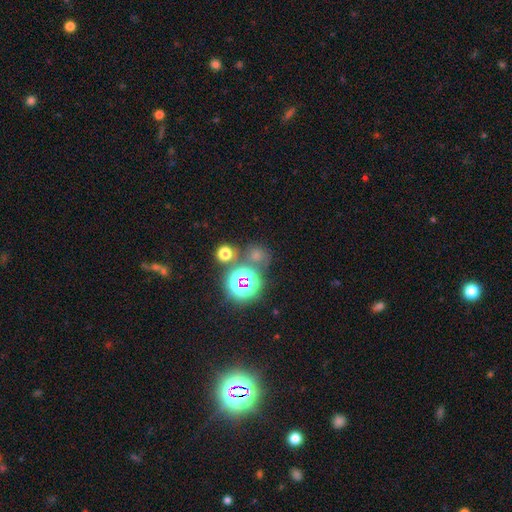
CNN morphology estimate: type=star or artifact (58%).